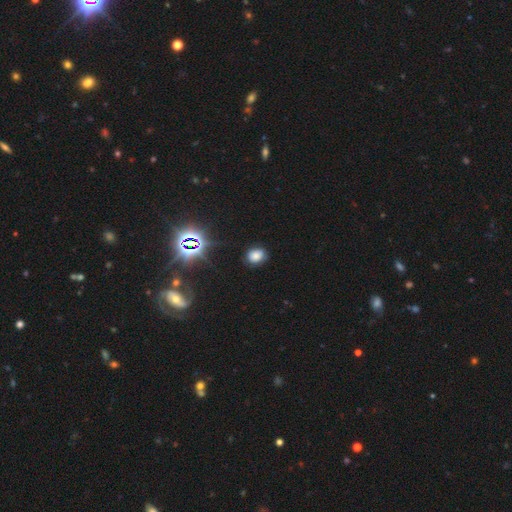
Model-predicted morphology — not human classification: smooth 70%, star or artifact 22%, featured or disk 8%. Down the decision tree: how rounded — round (52%); merging — none (81%).